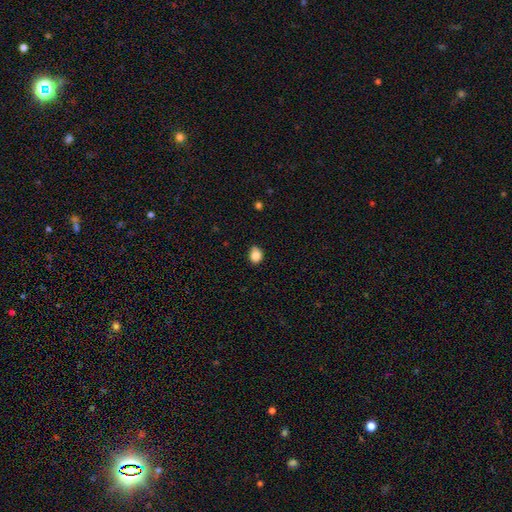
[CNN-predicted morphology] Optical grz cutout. It shows a smooth galaxy with no disk features (85%) that is round (66%). Merging: none (79%).